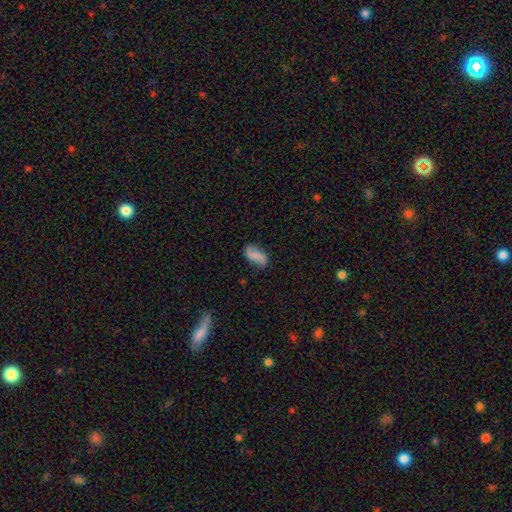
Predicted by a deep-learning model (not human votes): Smooth or featured?
  - smooth: 55% *
  - featured or disk: 36%
  - star or artifact: 9%
How rounded?
  - in between: 90% *
  - cigar-shaped: 6%
  - round: 5%
Merging?
  - none: 74% *
  - minor disturbance: 19%
  - major disturbance: 5%
  - merger: 2%